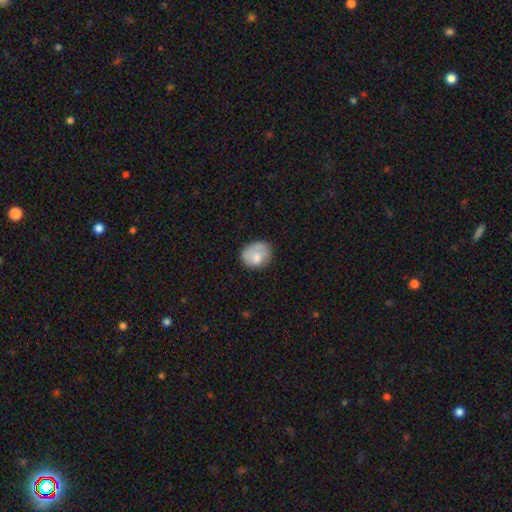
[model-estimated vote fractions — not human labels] This appears to be a smooth galaxy with no disk features (71%) that is round (62%). Merging: none (61%).